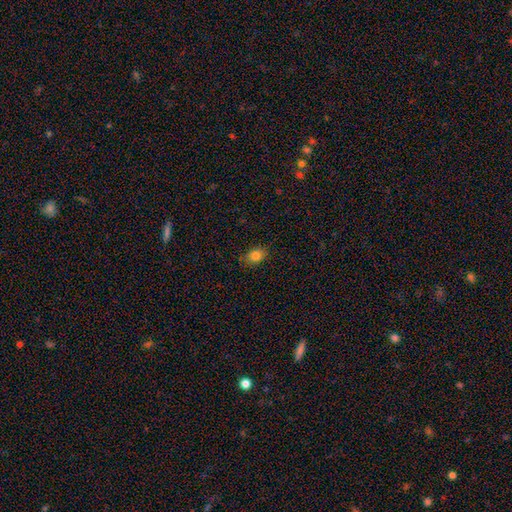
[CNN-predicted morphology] Smooth or featured: smooth — 82% (star or artifact — 11%)
How rounded: in between — 64% (round — 35%)
Merging: none — 84% (minor disturbance — 13%)